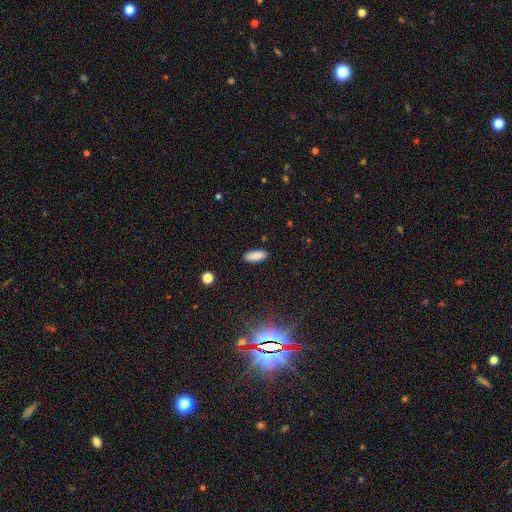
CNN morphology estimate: smooth-or-featured: smooth: 88% | star or artifact: 8% | featured or disk: 4%
  how-rounded: in between: 80% | cigar-shaped: 18% | round: 2%
  merging: none: 89% | minor disturbance: 8% | major disturbance: 2% | merger: 1%